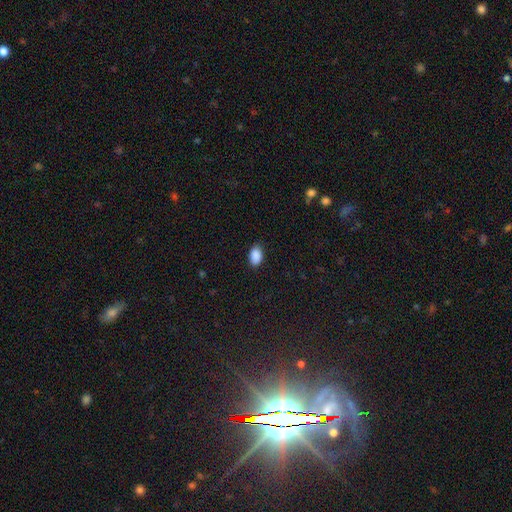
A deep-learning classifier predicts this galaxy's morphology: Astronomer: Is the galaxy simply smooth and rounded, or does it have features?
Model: smooth — 89%.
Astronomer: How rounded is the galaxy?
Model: in between — 90%.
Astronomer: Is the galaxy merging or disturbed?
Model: none — 86%.